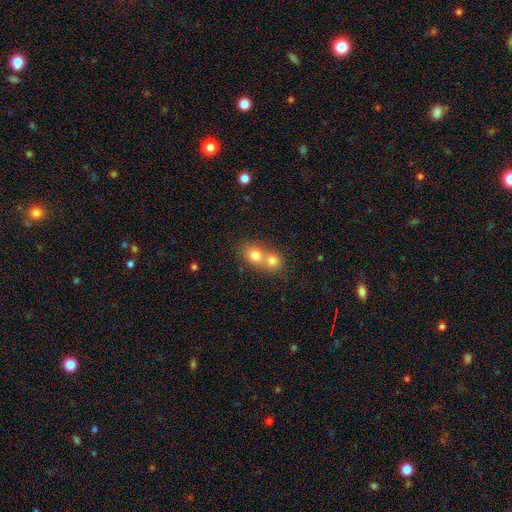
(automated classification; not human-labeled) Smooth or featured? Predicted: smooth (p=0.75). How rounded? Predicted: round (p=0.69). Merging? Predicted: merger (p=0.66).